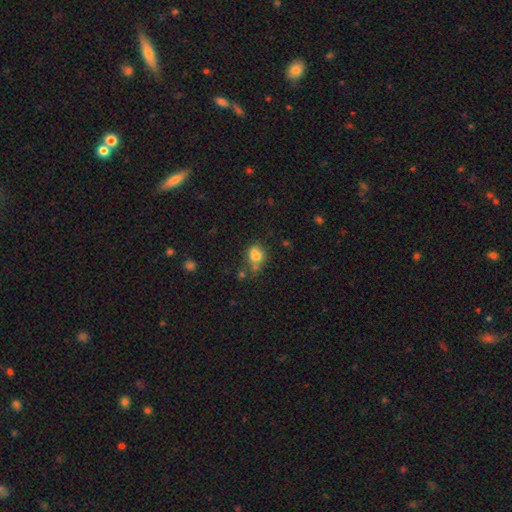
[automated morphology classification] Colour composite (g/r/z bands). It shows a smooth galaxy with no disk features (78%) that is round (57%). Merging: none (50%).